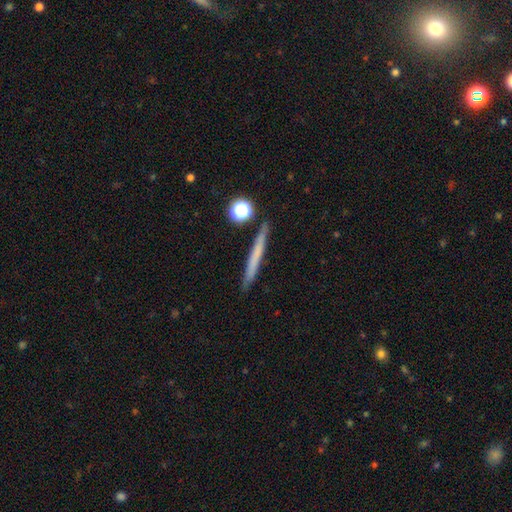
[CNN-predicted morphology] smooth_or_featured: smooth (p=0.57) [alt: featured or disk p=0.36]
how_rounded: cigar-shaped (p=0.95) [alt: in between p=0.02]
merging: none (p=0.88) [alt: minor disturbance p=0.07]